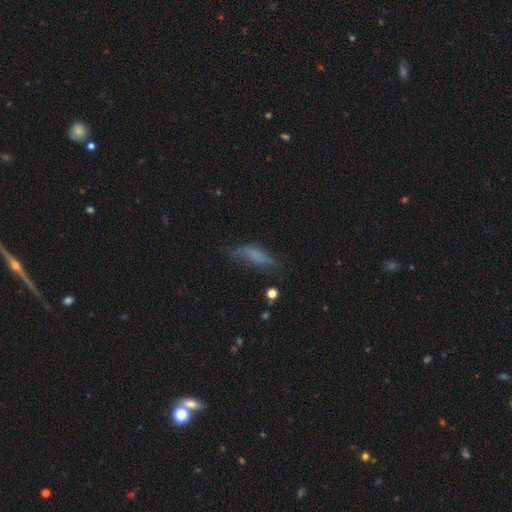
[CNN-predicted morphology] Smooth or featured? smooth (61%)
How rounded? in between (54%)
Merging? none (43%)